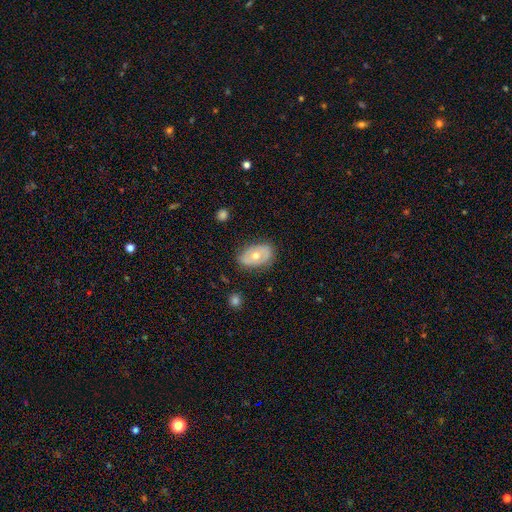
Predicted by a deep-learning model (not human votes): Q: Smooth or featured?
A: featured or disk (52%); runner-up: smooth (40%)
Q: Edge-on disk?
A: no (92%); runner-up: yes (8%)
Q: Merging?
A: none (75%); runner-up: minor disturbance (19%)